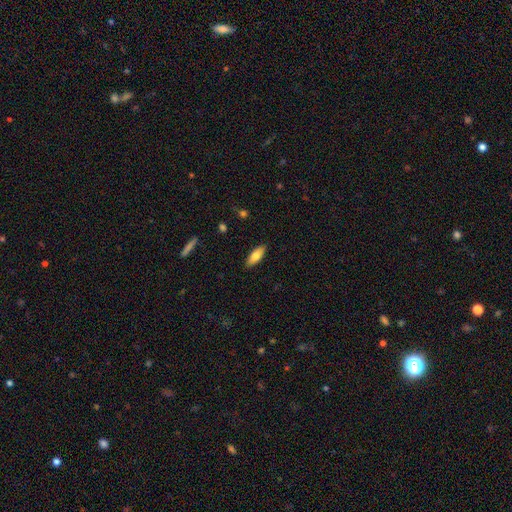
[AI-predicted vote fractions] smooth 74%, featured or disk 19%, star or artifact 6%. Down the decision tree: how rounded — in between (68%); merging — none (88%).